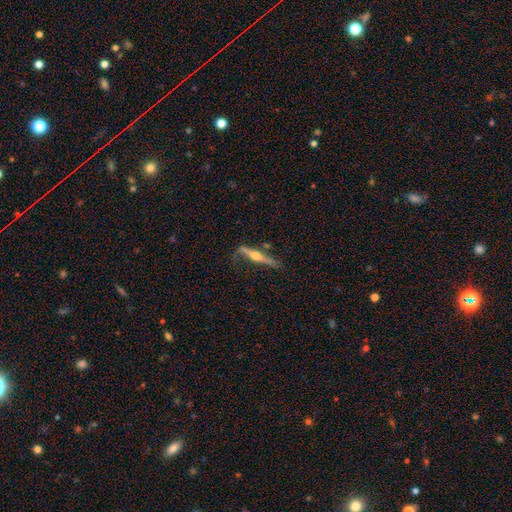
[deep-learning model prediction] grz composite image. It shows a featured or disk galaxy (72%) viewed edge-on (93%) with a rounded central bulge (92%). Merging: none (64%).